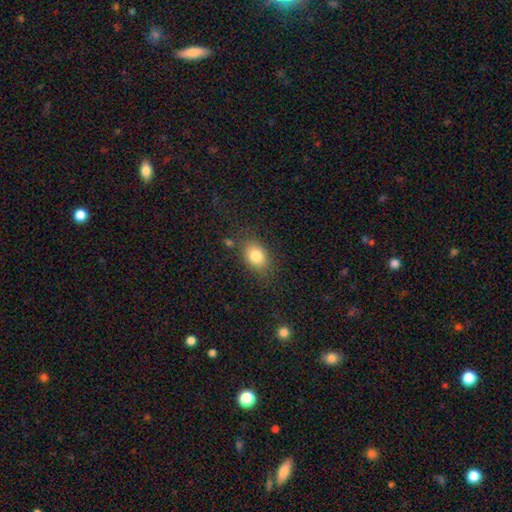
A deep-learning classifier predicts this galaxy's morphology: This is clearly a smooth galaxy (81%). How rounded: likely in between (73%). Merging: likely none (78%).